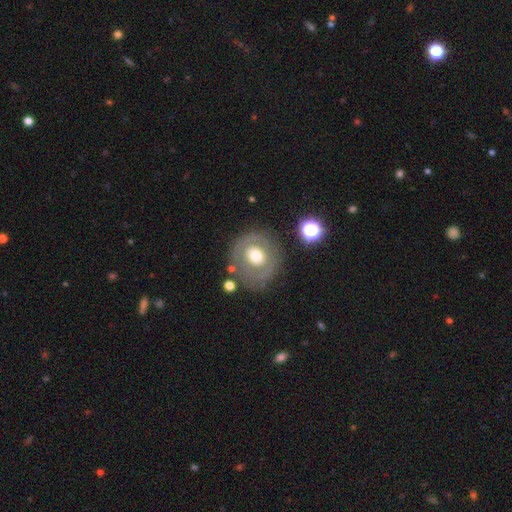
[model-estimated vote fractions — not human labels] A featured or disk galaxy (48%).

Vote fractions:
- Smooth or featured? featured or disk: 48% / smooth: 44% / star or artifact: 8%
- Merging? none: 74% / minor disturbance: 13% / major disturbance: 9% / merger: 4%